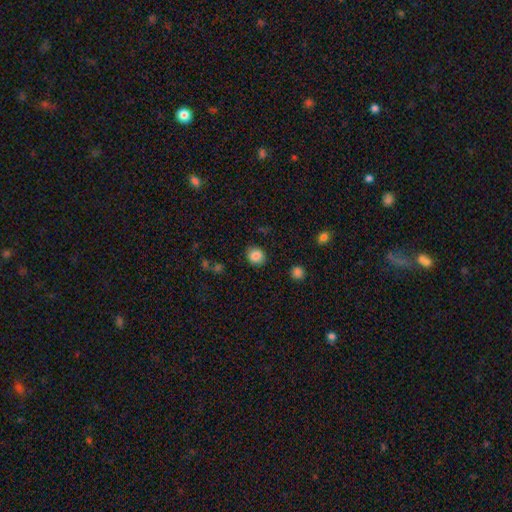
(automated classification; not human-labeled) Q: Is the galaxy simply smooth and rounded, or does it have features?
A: smooth — 85%.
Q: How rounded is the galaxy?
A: round — 76%.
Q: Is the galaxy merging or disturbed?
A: none — 87%.